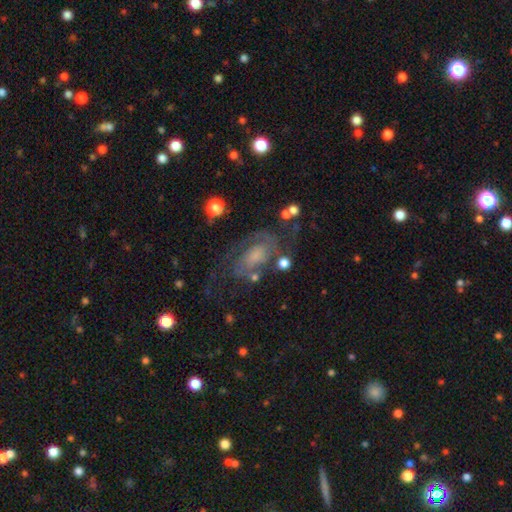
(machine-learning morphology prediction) The model was most divided on "spiral winding": medium: 43%, tight: 41%, loose: 16%. Remaining: edge-on disk — no (96%); spiral arms — yes (90%); smooth or featured — featured or disk (76%); bar — no (62%); merging — none (59%); spiral arm count — 2 (58%); bulge size — small (42%).